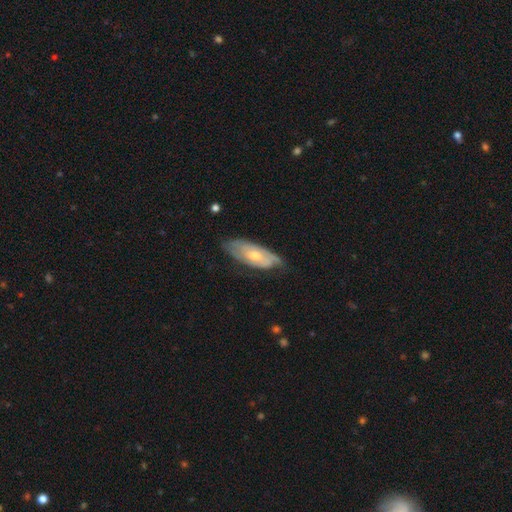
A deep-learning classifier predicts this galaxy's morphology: smooth-or-featured: featured or disk: 64% | smooth: 31% | star or artifact: 5%
  disk-edge-on: no: 85% | yes: 15%
    bar: no: 72% | weak: 24% | strong: 4%
    has-spiral-arms: yes: 81% | no: 19%
    bulge-size: moderate: 62% | small: 30% | large: 5% | none: 2% | dominant: 1%
  merging: none: 62% | minor disturbance: 28% | major disturbance: 8% | merger: 1%